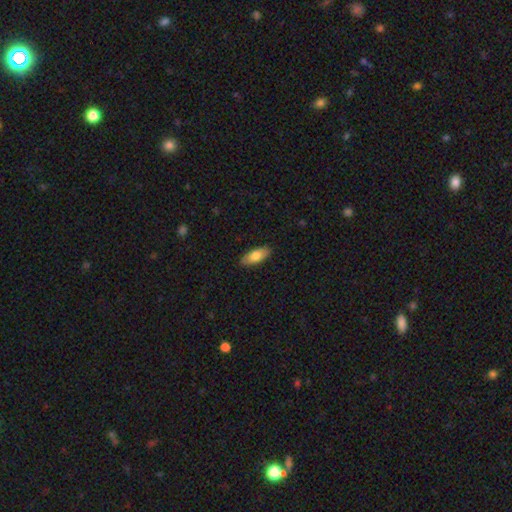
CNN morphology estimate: Overall: smooth (78%). How rounded: in between (81%). Merging: none (88%).